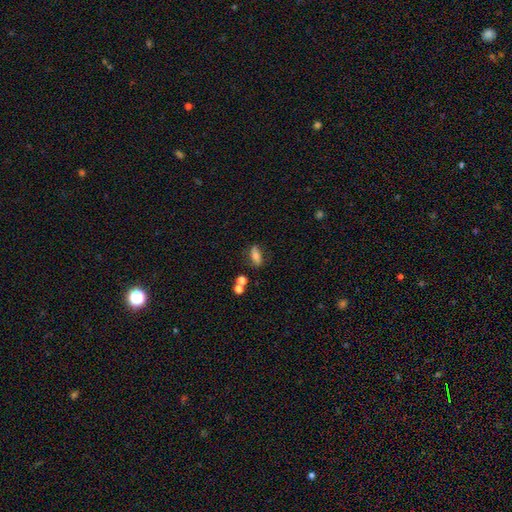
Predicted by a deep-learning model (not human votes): A smooth galaxy with no disk features (67%) that is in between round and cigar-shaped (68%).

Vote fractions:
- Smooth or featured? smooth: 67% / featured or disk: 23% / star or artifact: 10%
- How rounded? in between: 68% / cigar-shaped: 25% / round: 7%
- Merging? none: 73% / minor disturbance: 16% / merger: 6% / major disturbance: 5%